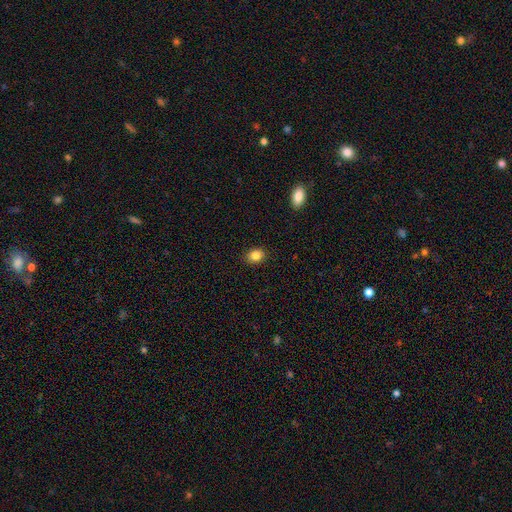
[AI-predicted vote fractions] smooth-or-featured: smooth: 84% | star or artifact: 10% | featured or disk: 6%
  how-rounded: in between: 57% | round: 42% | cigar-shaped: 1%
  merging: none: 90% | minor disturbance: 7% | major disturbance: 2% | merger: 1%